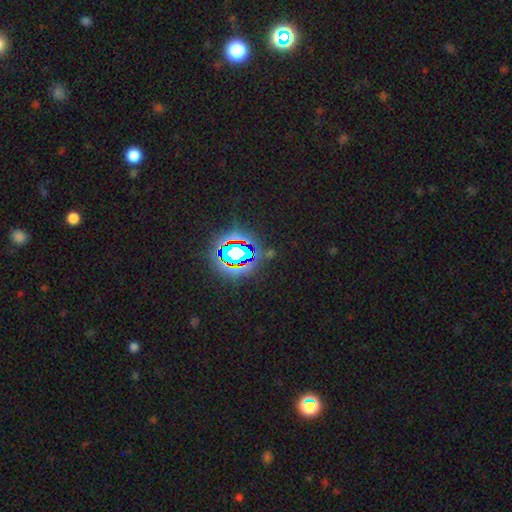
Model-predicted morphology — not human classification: smooth-or-featured: star or artifact: 83% | smooth: 11% | featured or disk: 6%